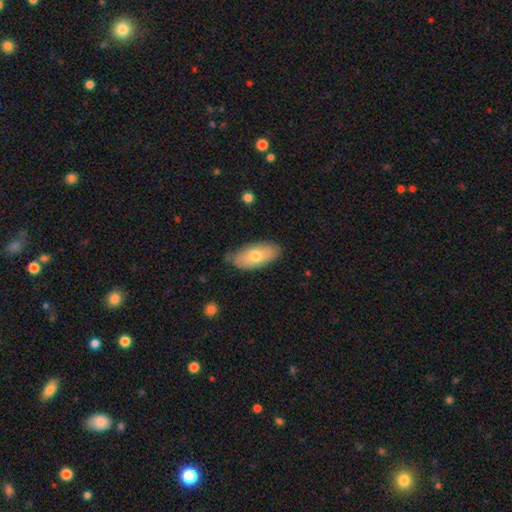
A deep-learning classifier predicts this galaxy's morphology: Smooth or featured? Predicted: smooth (p=0.66). How rounded? Predicted: in between (p=0.88). Merging? Predicted: none (p=0.78).